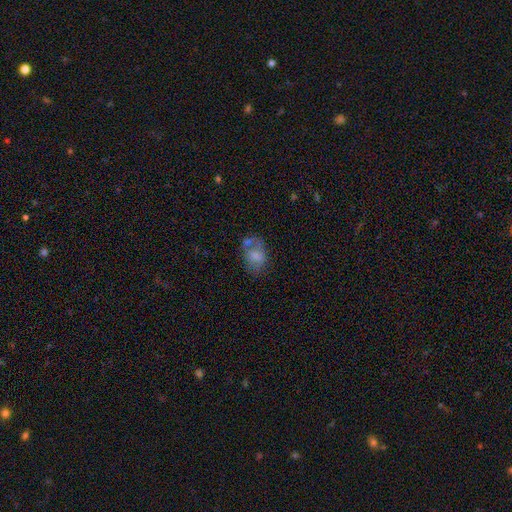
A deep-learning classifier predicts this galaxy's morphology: Overall: smooth (61%; featured or disk 29%). How rounded: in between (73%). Merging: none (34%; merger 24%).